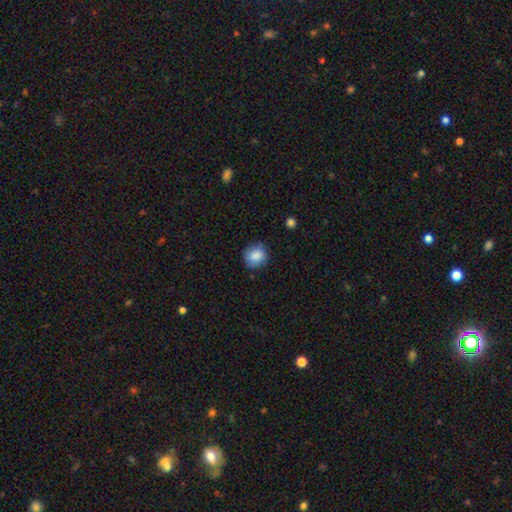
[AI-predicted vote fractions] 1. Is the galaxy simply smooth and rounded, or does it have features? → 85% smooth, 8% star or artifact, 6% featured or disk.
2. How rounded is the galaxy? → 78% round, 21% in between, 1% cigar-shaped.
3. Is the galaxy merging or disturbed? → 77% none, 18% minor disturbance, 4% major disturbance, 1% merger.